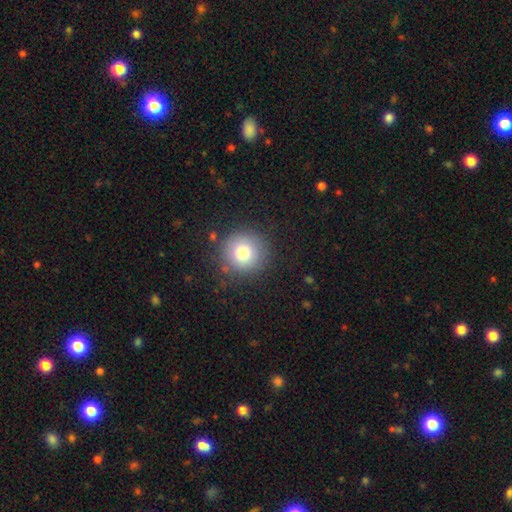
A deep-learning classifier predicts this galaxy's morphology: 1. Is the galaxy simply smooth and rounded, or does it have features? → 78% smooth, 13% star or artifact, 9% featured or disk.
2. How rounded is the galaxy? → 95% round, 5% in between, 1% cigar-shaped.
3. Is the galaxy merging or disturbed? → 88% none, 8% minor disturbance, 2% major disturbance, 1% merger.